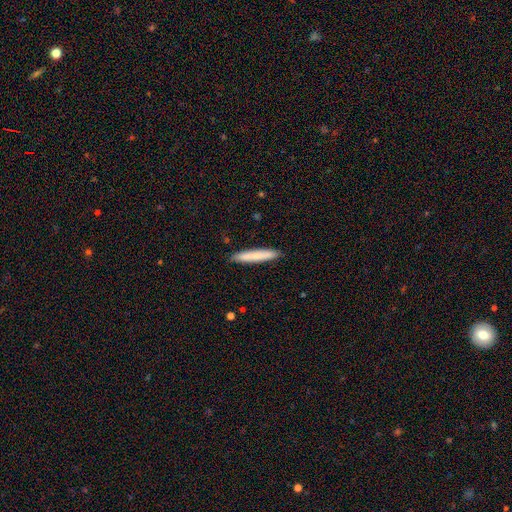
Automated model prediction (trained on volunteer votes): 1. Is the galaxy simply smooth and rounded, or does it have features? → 78% smooth, 16% featured or disk, 6% star or artifact.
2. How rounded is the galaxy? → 94% cigar-shaped, 5% in between, 1% round.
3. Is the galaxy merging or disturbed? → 90% none, 8% minor disturbance, 1% major disturbance, 1% merger.